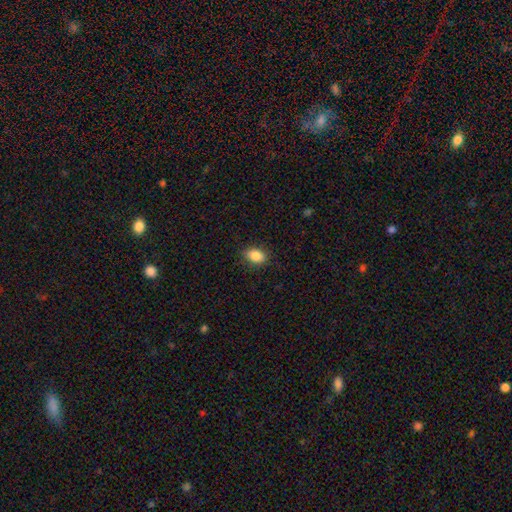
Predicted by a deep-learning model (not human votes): Smooth or featured? smooth (87%)
How rounded? in between (80%)
Merging? none (84%)